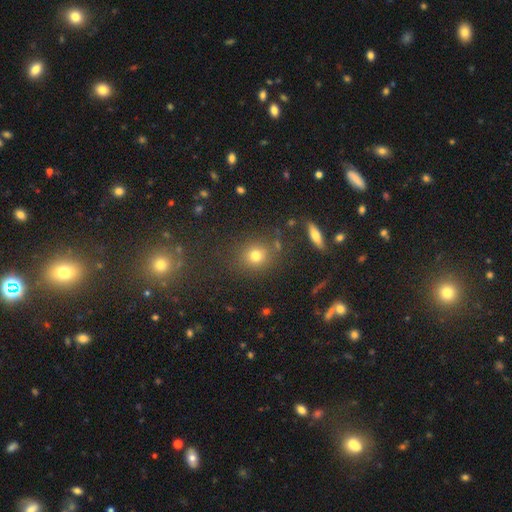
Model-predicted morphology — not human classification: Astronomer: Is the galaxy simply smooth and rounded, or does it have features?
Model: smooth — 73%.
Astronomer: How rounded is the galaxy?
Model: round — 83%.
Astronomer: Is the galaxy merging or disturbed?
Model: none — 79%.